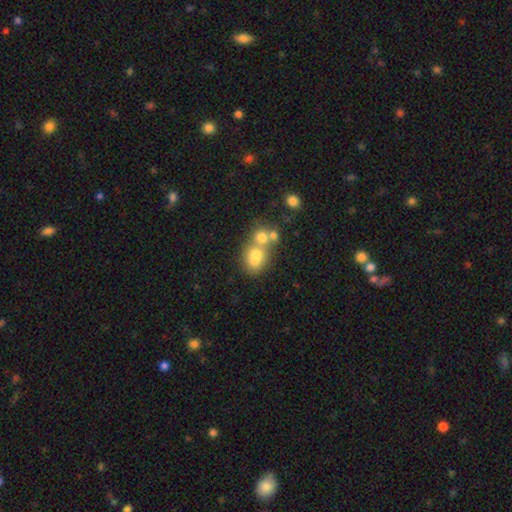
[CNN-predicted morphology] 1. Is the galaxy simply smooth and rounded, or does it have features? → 68% smooth, 20% featured or disk, 12% star or artifact.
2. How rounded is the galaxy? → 55% round, 44% in between, 1% cigar-shaped.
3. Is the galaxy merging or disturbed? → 58% merger, 30% none, 8% minor disturbance, 4% major disturbance.